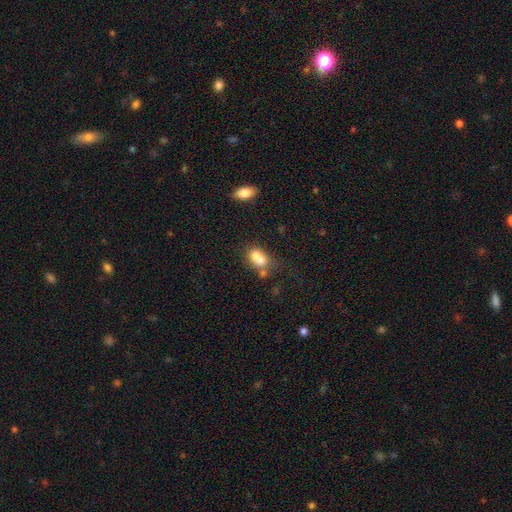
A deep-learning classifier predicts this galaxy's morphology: Q: Smooth or featured?
A: smooth (68%); runner-up: featured or disk (20%)
Q: How rounded?
A: in between (52%); runner-up: round (46%)
Q: Merging?
A: merger (62%); runner-up: none (25%)